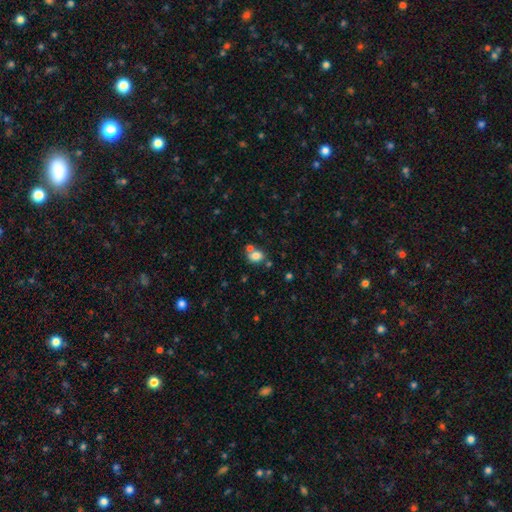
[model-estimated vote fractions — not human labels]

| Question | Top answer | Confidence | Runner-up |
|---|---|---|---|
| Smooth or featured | smooth | 79% | star or artifact (11%) |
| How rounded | in between | 58% | round (41%) |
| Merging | none | 53% | merger (30%) |